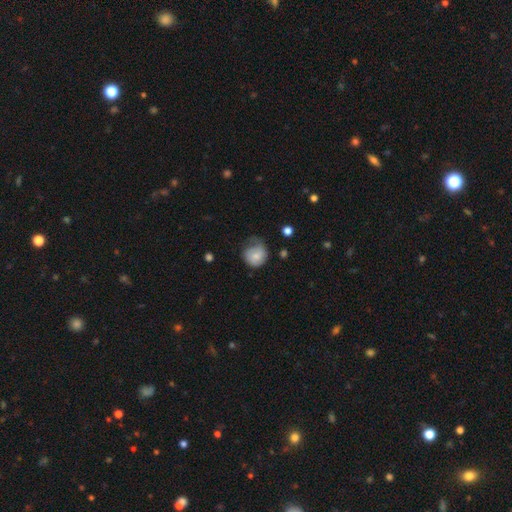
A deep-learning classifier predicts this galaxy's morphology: type=smooth (72%); roundness=round (79%); merging=minor disturbance (38%).